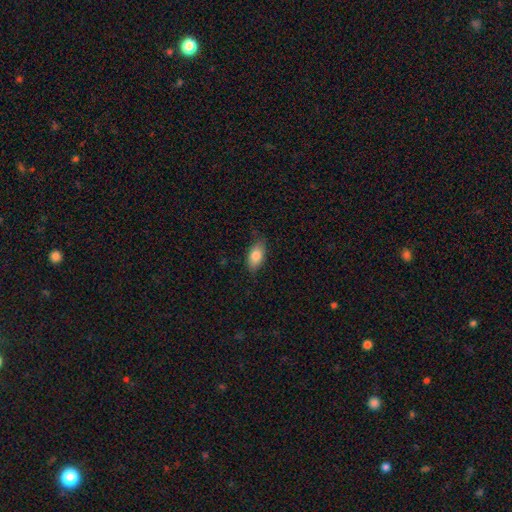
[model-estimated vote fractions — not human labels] A smooth galaxy with no disk features (82%) that is in between round and cigar-shaped (90%). Merging: none (77%).